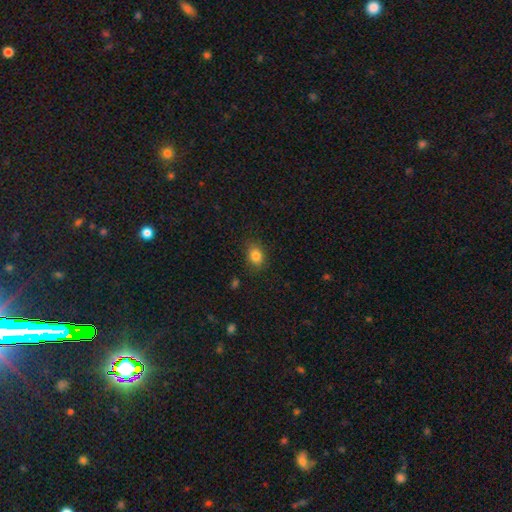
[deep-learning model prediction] Q: Smooth or featured?
A: smooth (84%); runner-up: star or artifact (10%)
Q: How rounded?
A: in between (64%); runner-up: round (35%)
Q: Merging?
A: none (83%); runner-up: minor disturbance (12%)